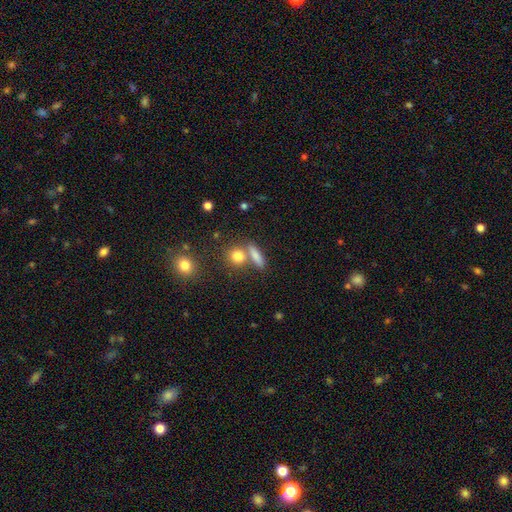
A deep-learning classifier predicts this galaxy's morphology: Overall: smooth (77%). How rounded: cigar-shaped (39%; in between 32%). Merging: none (64%).